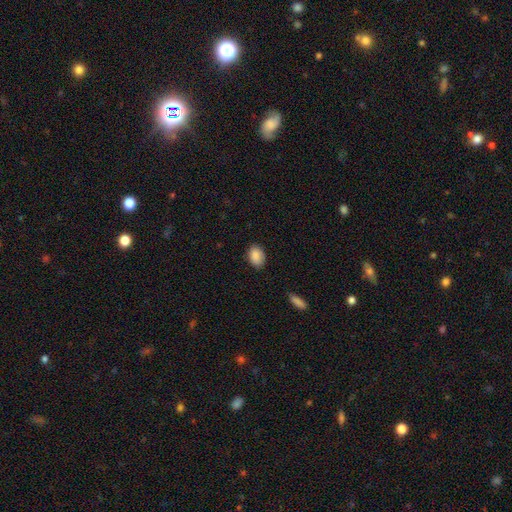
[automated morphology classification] The model was most divided on "how rounded": in between: 79%, round: 20%, cigar-shaped: 1%. More confident: smooth or featured — smooth (88%); merging — none (82%).